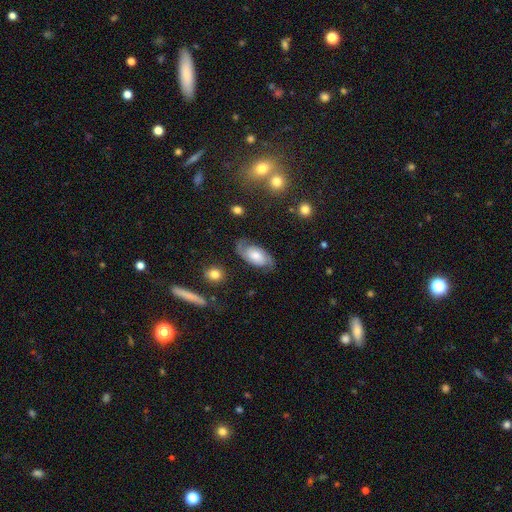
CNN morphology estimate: Smooth or featured? featured or disk (68%)
Edge-on disk? no (95%)
Bar? no (66%)
Spiral arms? yes (92%)
Spiral winding? medium (42%)
Spiral arm count? 2 (85%)
Bulge size? moderate (45%)
Merging? none (75%)